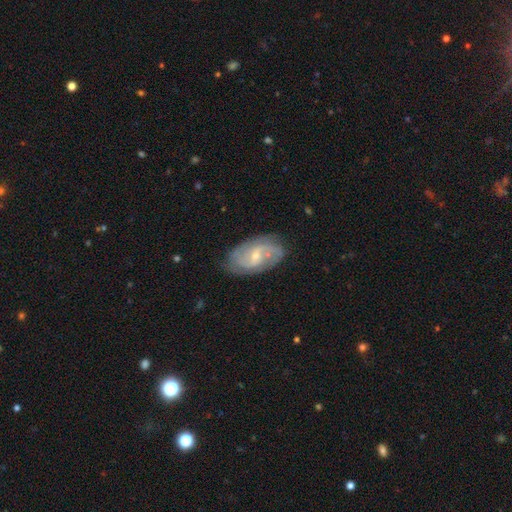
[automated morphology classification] The model was most divided on "bar" (2-way tie): weak: 46%, no: 46%, strong: 9%. Remaining: edge-on disk — no (96%); spiral arms — yes (94%); smooth or featured — featured or disk (80%); merging — none (77%); bulge size — small (66%); spiral arm count — 2 (51%); spiral winding — medium (43%).